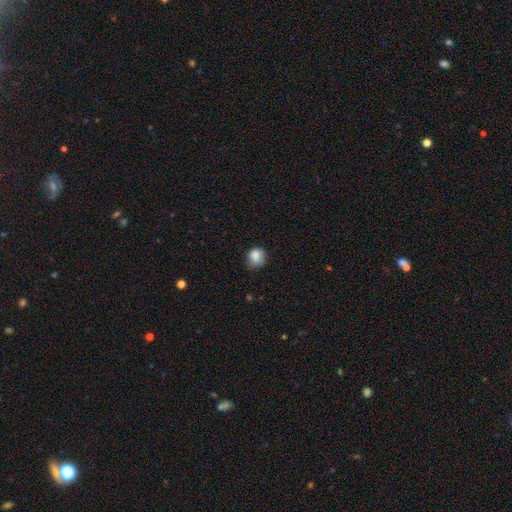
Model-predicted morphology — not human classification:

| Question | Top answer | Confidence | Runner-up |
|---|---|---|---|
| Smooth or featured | smooth | 85% | star or artifact (9%) |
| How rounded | round | 76% | in between (23%) |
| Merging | none | 63% | minor disturbance (29%) |